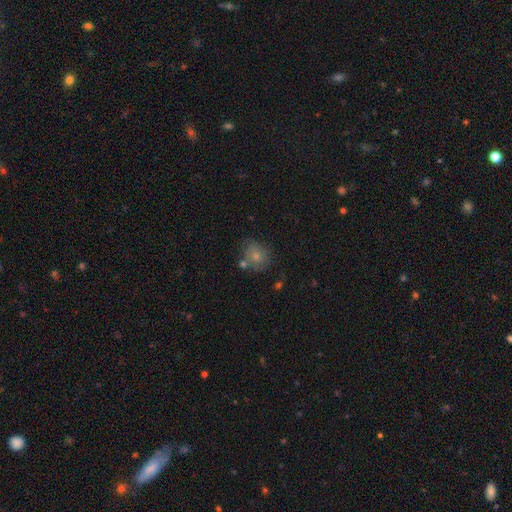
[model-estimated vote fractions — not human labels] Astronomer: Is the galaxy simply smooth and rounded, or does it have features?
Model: smooth — 71%.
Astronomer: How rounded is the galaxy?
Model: round — 62% (runner-up: in between, 37%).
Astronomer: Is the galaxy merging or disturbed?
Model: none — 57%.